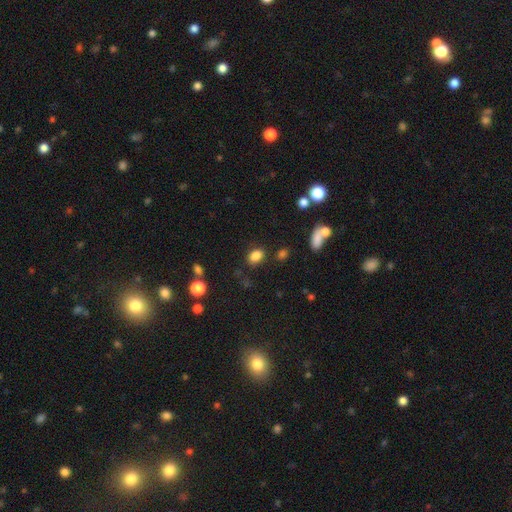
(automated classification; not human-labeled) This appears to be a smooth galaxy with no disk features (84%) that is in between round and cigar-shaped (73%). Merging: none (79%).